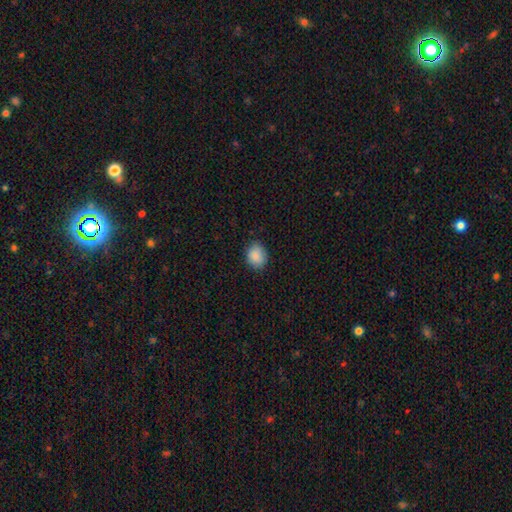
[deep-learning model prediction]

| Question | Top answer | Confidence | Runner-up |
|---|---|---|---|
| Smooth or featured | smooth | 89% | star or artifact (8%) |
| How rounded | round | 54% | in between (45%) |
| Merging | none | 84% | minor disturbance (12%) |